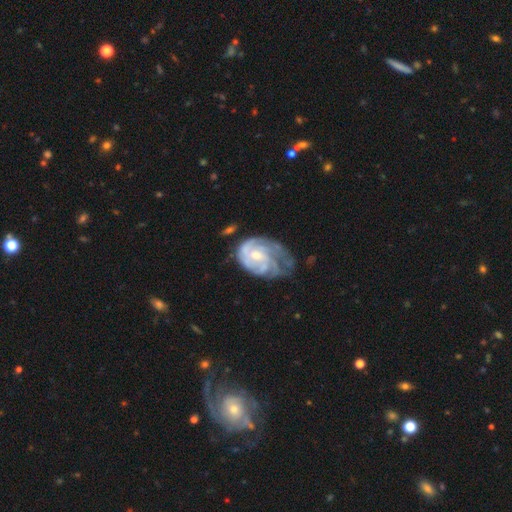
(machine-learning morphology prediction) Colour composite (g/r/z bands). It shows a featured or disk galaxy (83%) with no bar (59%), tight (54%) spiral arms (91%) and a small central bulge (48%). Merging: none (35%).